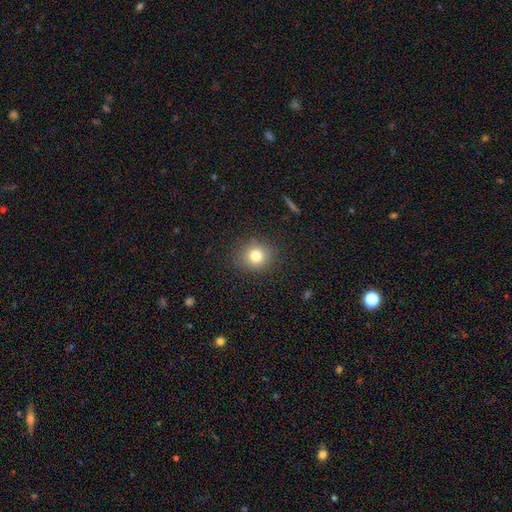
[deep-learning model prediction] This is likely a smooth galaxy (79%). How rounded: clearly round (81%). Merging: clearly none (87%).